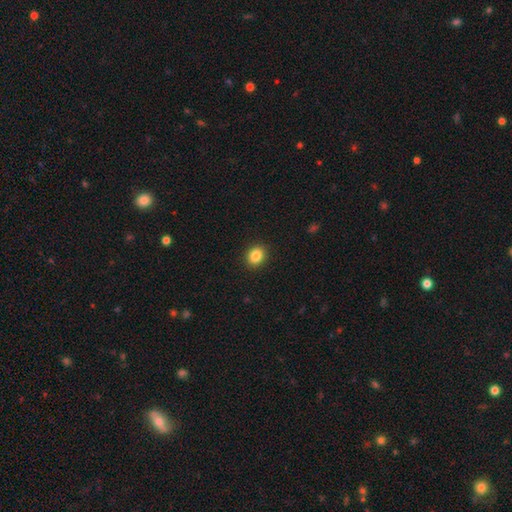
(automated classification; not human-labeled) This appears to be a smooth galaxy with no disk features (87%) that is round (54%). Merging: none (91%).